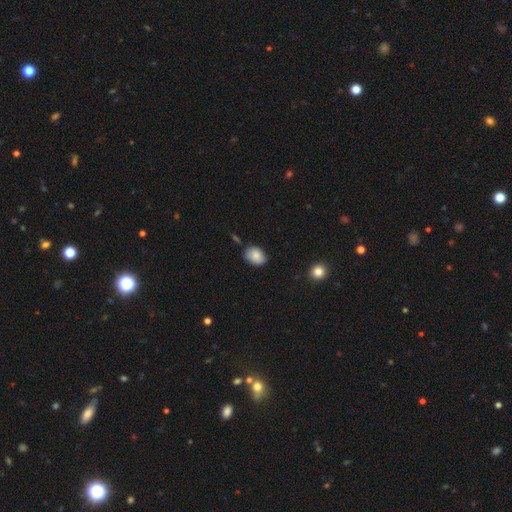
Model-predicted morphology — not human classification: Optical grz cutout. It shows a smooth galaxy with no disk features (85%) that is in between round and cigar-shaped (68%). Merging: none (76%).